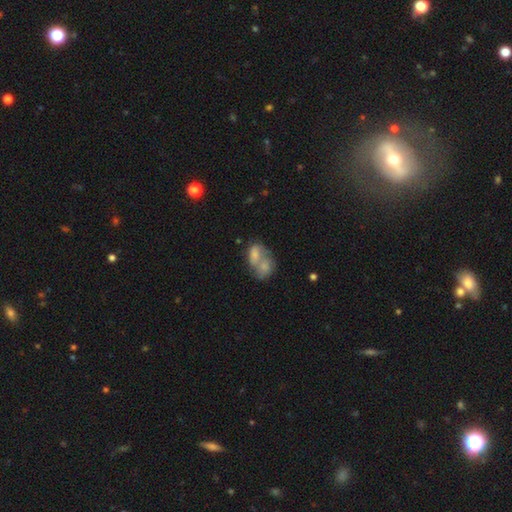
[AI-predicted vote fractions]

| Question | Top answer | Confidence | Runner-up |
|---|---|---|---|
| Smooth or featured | smooth | 68% | featured or disk (24%) |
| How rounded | in between | 80% | round (18%) |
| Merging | merger | 73% | none (14%) |